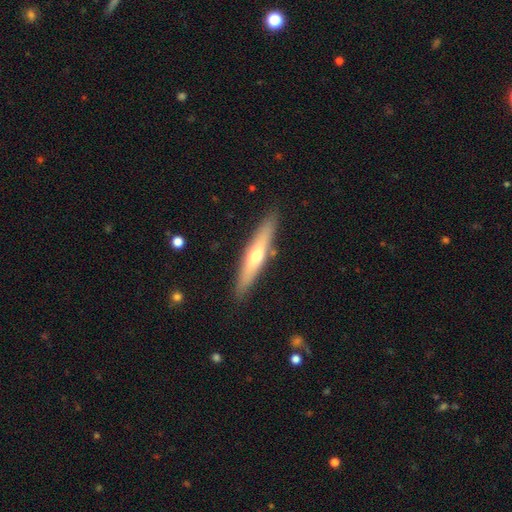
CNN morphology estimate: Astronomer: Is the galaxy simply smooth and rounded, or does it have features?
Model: featured or disk — 50% (runner-up: smooth, 44%).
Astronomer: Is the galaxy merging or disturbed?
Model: none — 88%.